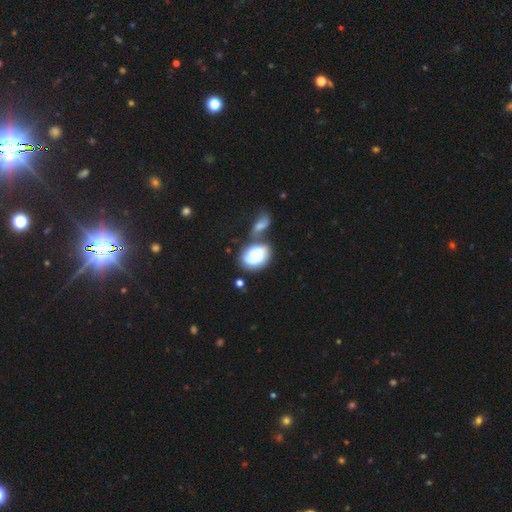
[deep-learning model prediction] Smooth or featured?
  - featured or disk: 55% *
  - smooth: 37%
  - star or artifact: 8%
Edge-on disk?
  - no: 96% *
  - yes: 4%
Bar?
  - no: 67% *
  - weak: 25%
  - strong: 7%
Spiral arms?
  - yes: 82% *
  - no: 18%
Bulge size?
  - small: 25% * (tied)
  - moderate: 25% * (tied)
  - none: 22%
  - large: 21%
  - dominant: 7%
Merging?
  - merger: 43% *
  - none: 30%
  - minor disturbance: 16%
  - major disturbance: 10%